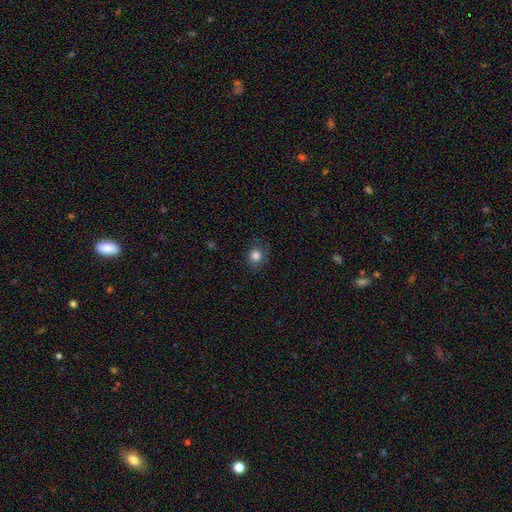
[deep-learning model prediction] Overall: smooth (83%). How rounded: round (78%). Merging: none (80%).